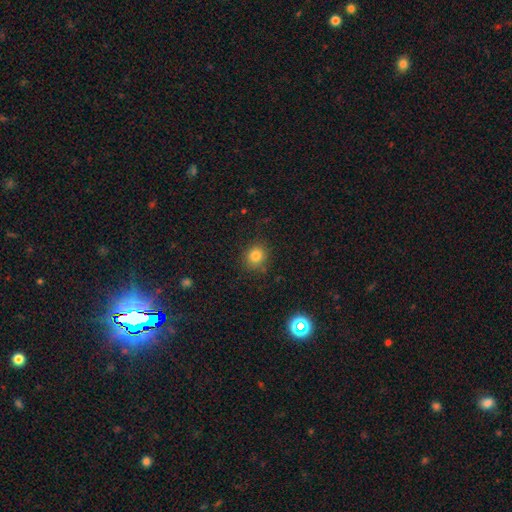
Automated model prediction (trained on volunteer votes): The model was most divided on "how rounded": round: 81%, in between: 18%, cigar-shaped: 1%. More confident: merging — none (84%); smooth or featured — smooth (81%).